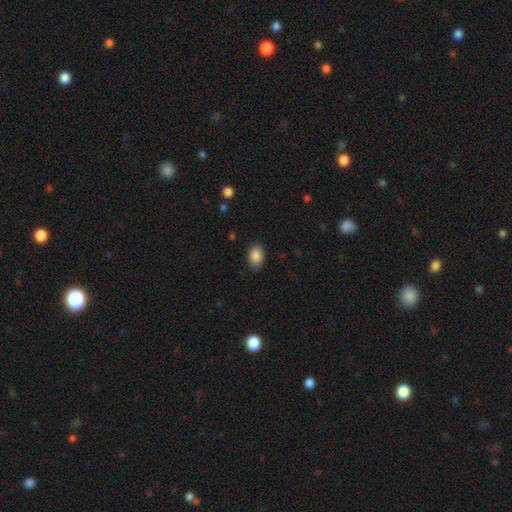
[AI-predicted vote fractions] Morphology: type=smooth (87%); roundness=in between (80%); merging=none (87%).